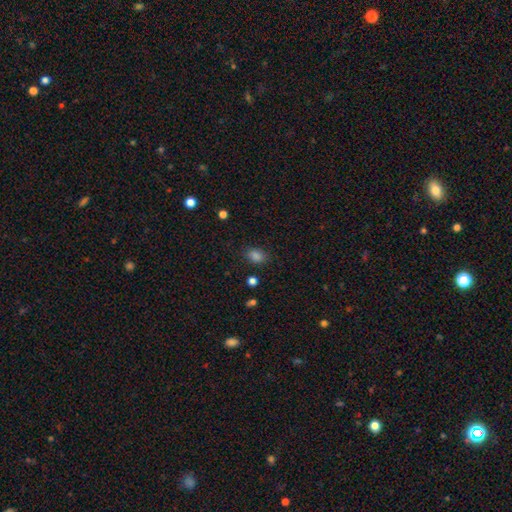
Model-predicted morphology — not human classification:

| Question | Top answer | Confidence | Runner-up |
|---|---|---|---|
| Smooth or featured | smooth | 82% | star or artifact (14%) |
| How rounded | in between | 74% | round (24%) |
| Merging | none | 81% | minor disturbance (13%) |